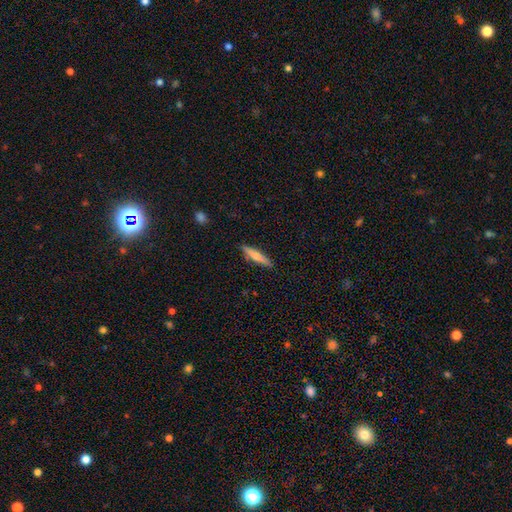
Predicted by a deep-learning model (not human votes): smooth-or-featured: smooth: 59% | featured or disk: 35% | star or artifact: 6%
  how-rounded: cigar-shaped: 86% | in between: 12% | round: 2%
  merging: none: 89% | minor disturbance: 8% | major disturbance: 2% | merger: 1%